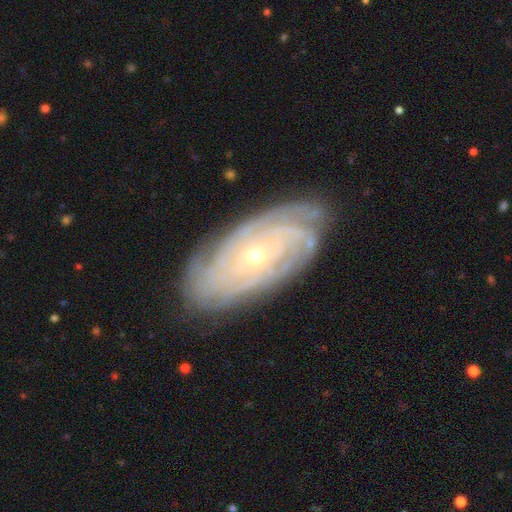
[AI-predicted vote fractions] This appears to be a featured or disk galaxy (85%) with no bar (77%), tight (82%) spiral arms (96%) and a small central bulge (74%). Merging: none (82%).